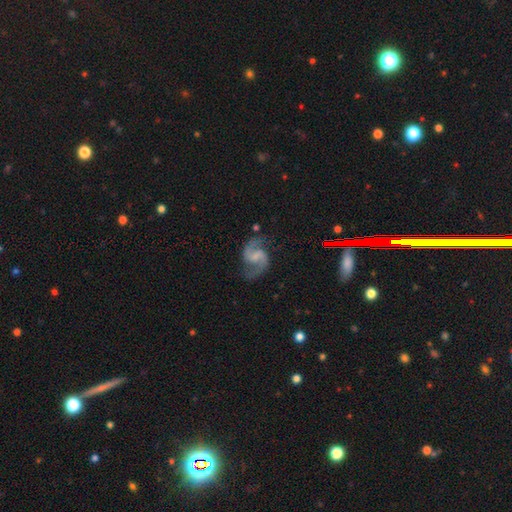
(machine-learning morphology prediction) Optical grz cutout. It shows a featured or disk galaxy (89%) with a weak bar (54%), 2 (94%) medium (52%) spiral arms (97%) and no central bulge (51%). Merging: none (76%).